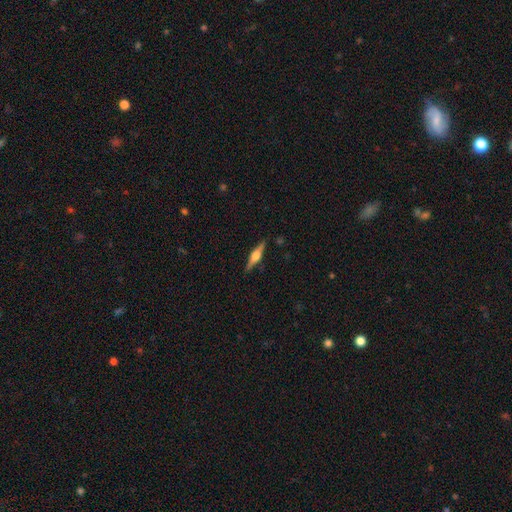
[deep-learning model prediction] Smooth or featured: featured or disk — 73% (smooth — 21%)
Edge-on disk: yes — 98% (no — 2%)
Edge-on bulge: rounded — 89% (boxy — 9%)
Merging: none — 89% (minor disturbance — 8%)